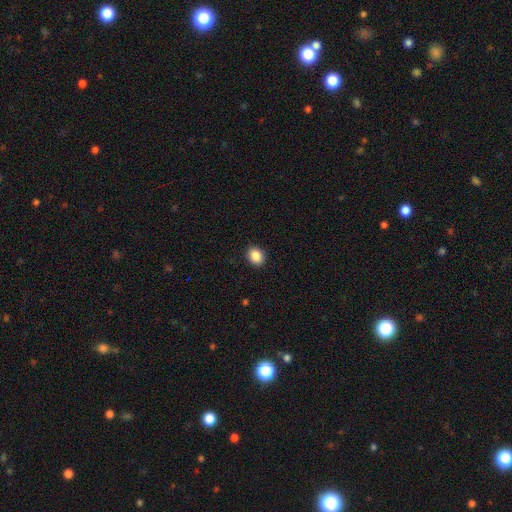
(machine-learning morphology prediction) This is clearly a smooth galaxy (87%). How rounded: possibly round (53%). Merging: clearly none (91%).